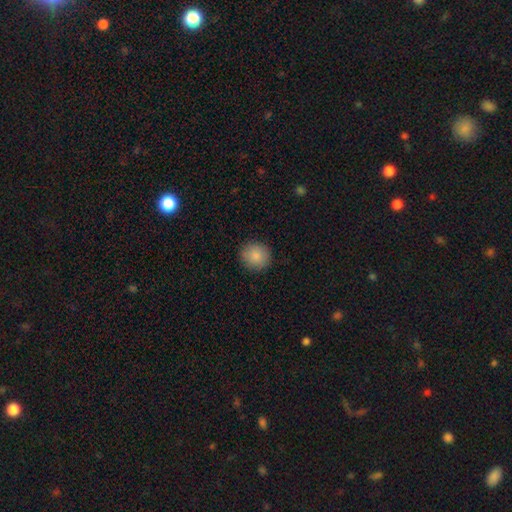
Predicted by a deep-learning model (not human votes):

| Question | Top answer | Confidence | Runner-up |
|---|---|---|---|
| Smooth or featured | smooth | 87% | star or artifact (8%) |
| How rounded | round | 91% | in between (8%) |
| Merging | none | 90% | minor disturbance (7%) |